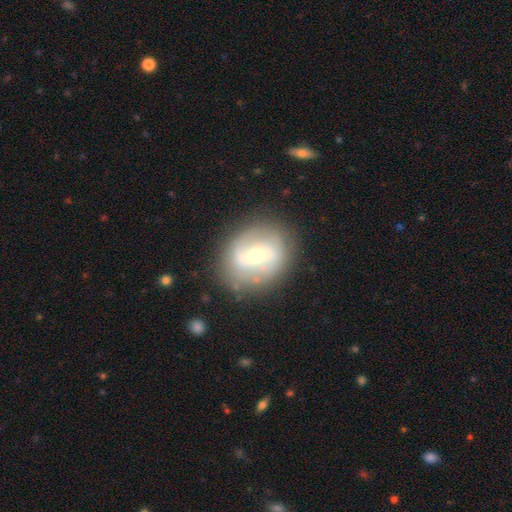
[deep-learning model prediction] A featured or disk galaxy (69%) with a weak bar (43%), spiral arms (71%) and a moderate central bulge (52%).

Vote fractions:
- Smooth or featured? featured or disk: 69% / smooth: 23% / star or artifact: 7%
- Edge-on disk? no: 95% / yes: 5%
- Bar? weak: 43% / strong: 32% / no: 25%
- Spiral arms? yes: 71% / no: 29%
- Bulge size? moderate: 52% / small: 42% / large: 3% / dominant: 1% / none: 1%
- Merging? none: 80% / minor disturbance: 13% / major disturbance: 5% / merger: 2%